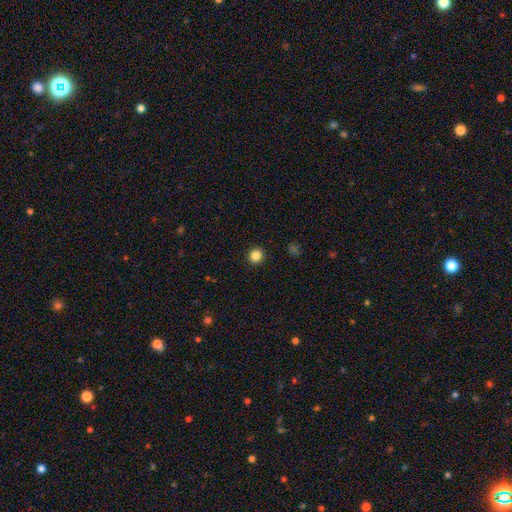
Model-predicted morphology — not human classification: type=smooth (85%); roundness=round (92%); merging=none (93%).